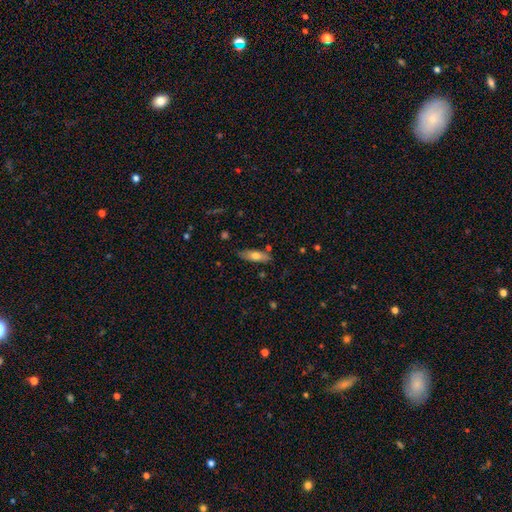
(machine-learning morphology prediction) smooth_or_featured: smooth (p=0.68) [alt: featured or disk p=0.25]
how_rounded: in between (p=0.64) [alt: cigar-shaped p=0.33]
merging: none (p=0.76) [alt: minor disturbance p=0.17]